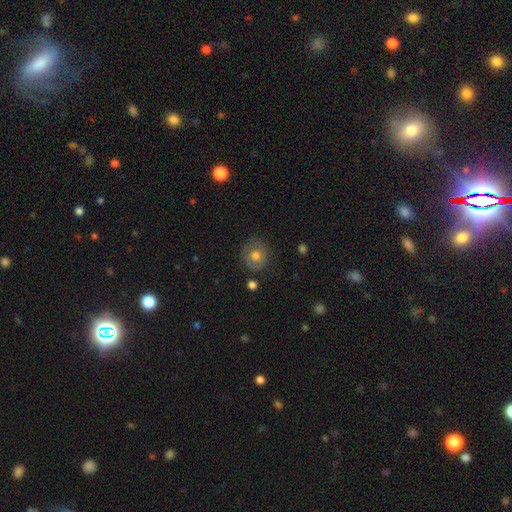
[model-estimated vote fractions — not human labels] Overall: smooth (69%). How rounded: round (86%). Merging: none (80%).